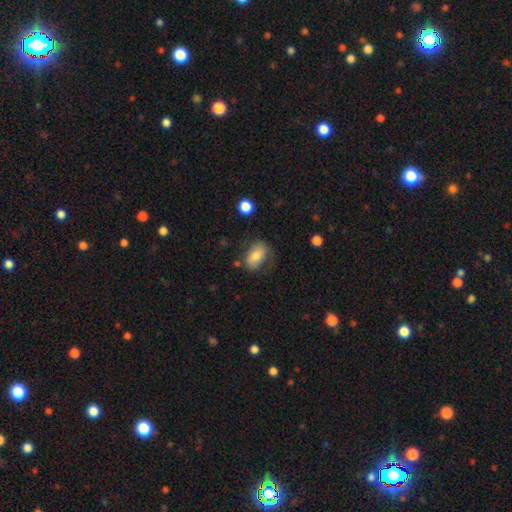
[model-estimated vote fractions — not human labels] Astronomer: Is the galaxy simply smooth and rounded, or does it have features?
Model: smooth — 75%.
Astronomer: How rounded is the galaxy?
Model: in between — 88%.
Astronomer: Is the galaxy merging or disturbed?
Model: none — 62%.